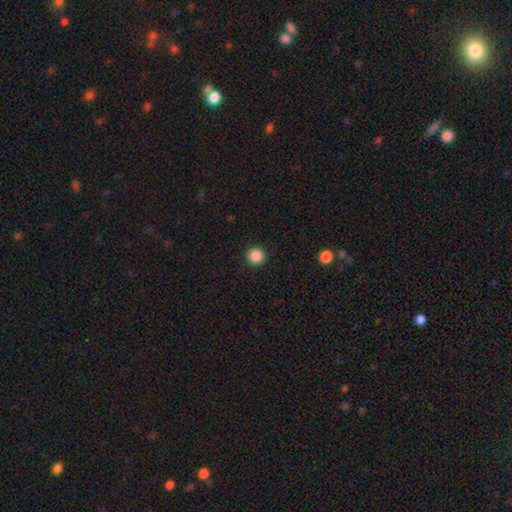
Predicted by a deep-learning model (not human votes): Smooth or featured? Predicted: smooth (p=0.87). How rounded? Predicted: round (p=0.96). Merging? Predicted: none (p=0.93).